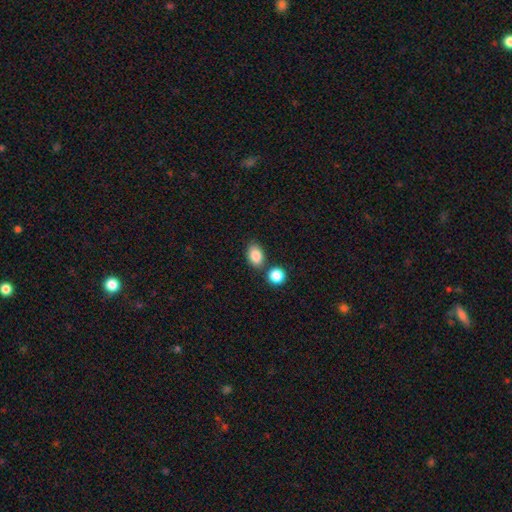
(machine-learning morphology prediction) Q: Smooth or featured?
A: smooth (86%); runner-up: star or artifact (9%)
Q: How rounded?
A: in between (80%); runner-up: round (18%)
Q: Merging?
A: none (75%); runner-up: merger (12%)